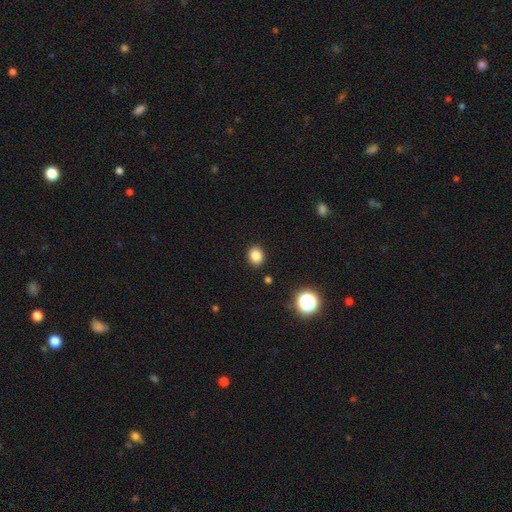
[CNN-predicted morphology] A smooth galaxy with no disk features (84%) that is round (58%). Merging: none (90%).